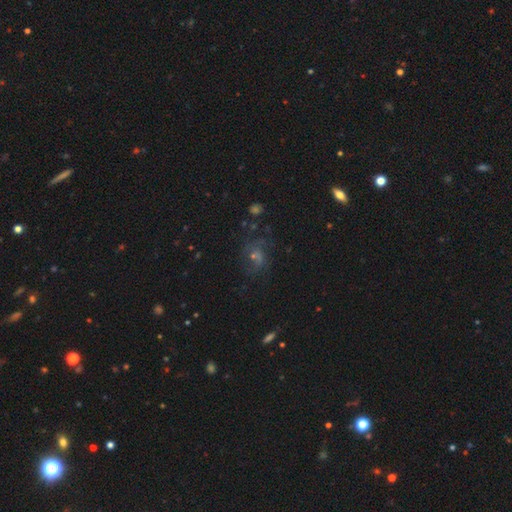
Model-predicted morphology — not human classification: smooth_or_featured: featured or disk (p=0.45) [alt: star or artifact p=0.30]
merging: none (p=0.67) [alt: minor disturbance p=0.16]